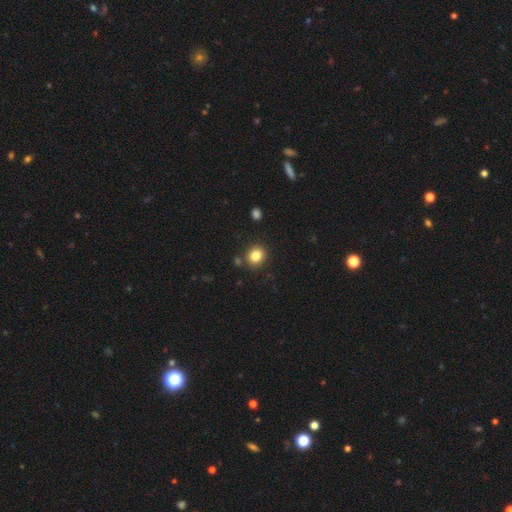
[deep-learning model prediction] smooth 83%, star or artifact 11%, featured or disk 6%. Down the decision tree: how rounded — round (76%); merging — none (84%).